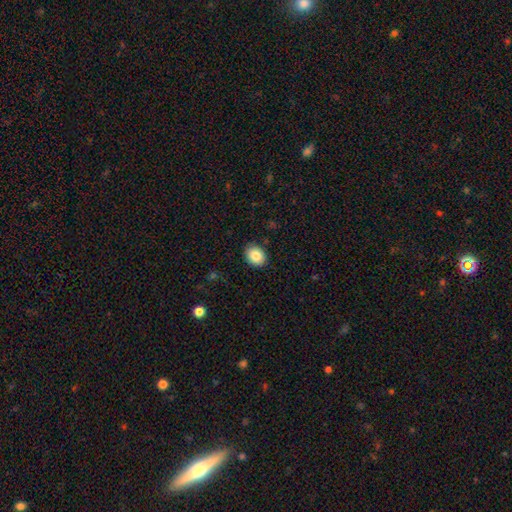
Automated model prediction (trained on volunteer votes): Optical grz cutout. It shows a smooth galaxy with no disk features (86%) that is in between round and cigar-shaped (56%). Merging: none (88%).